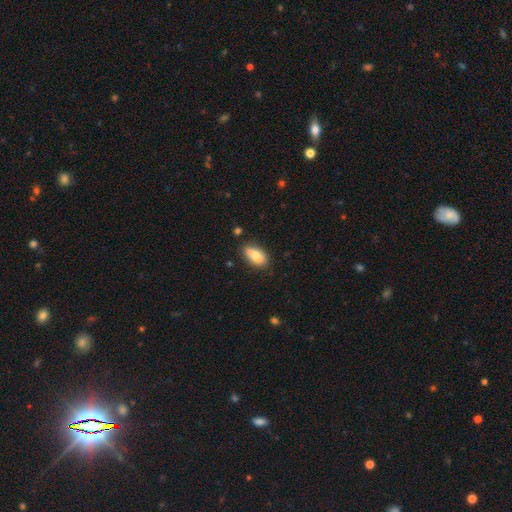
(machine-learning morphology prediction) This is likely a smooth galaxy (77%). How rounded: clearly in between (90%). Merging: likely none (66%).